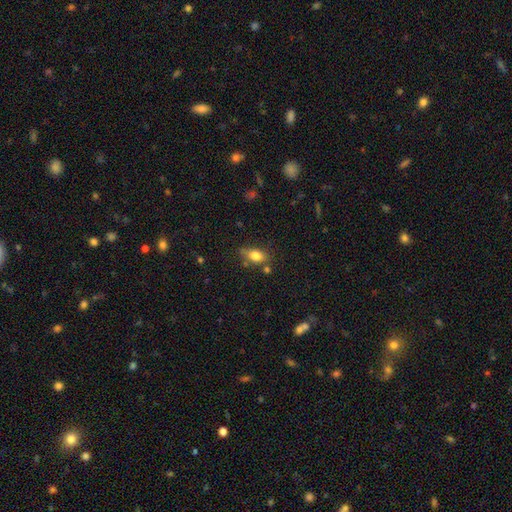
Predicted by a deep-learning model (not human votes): smooth_or_featured: smooth (p=0.80) [alt: featured or disk p=0.11]
how_rounded: in between (p=0.82) [alt: round p=0.13]
merging: none (p=0.65) [alt: minor disturbance p=0.22]